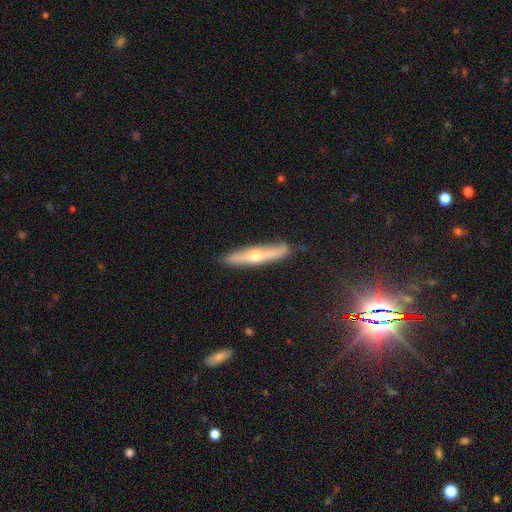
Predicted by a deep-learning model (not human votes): This is likely a featured or disk galaxy (63%). It is clearly viewed edge-on (88%). Edge-on bulge: clearly rounded (90%). Merging: clearly none (83%).